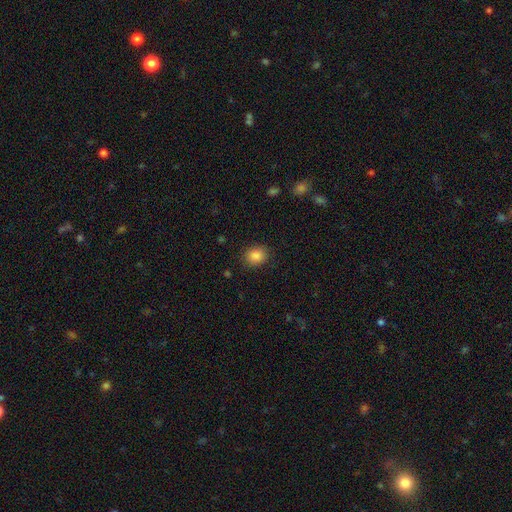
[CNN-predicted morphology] A smooth galaxy with no disk features (87%) that is round (52%). Merging: none (86%).